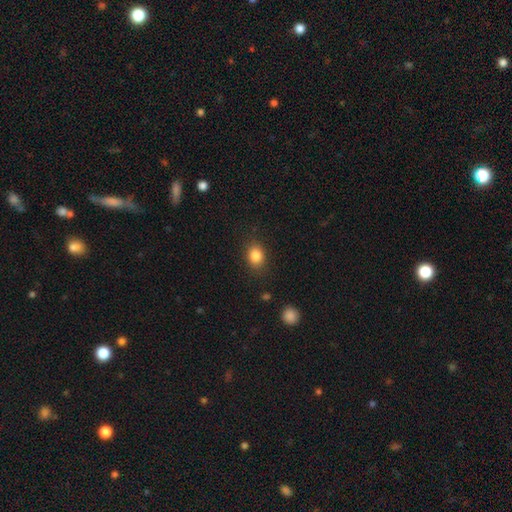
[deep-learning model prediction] Smooth or featured?
  - smooth: 85% *
  - star or artifact: 10%
  - featured or disk: 6%
How rounded?
  - in between: 54% *
  - round: 45%
  - cigar-shaped: 1%
Merging?
  - none: 84% *
  - minor disturbance: 11%
  - major disturbance: 3%
  - merger: 1%